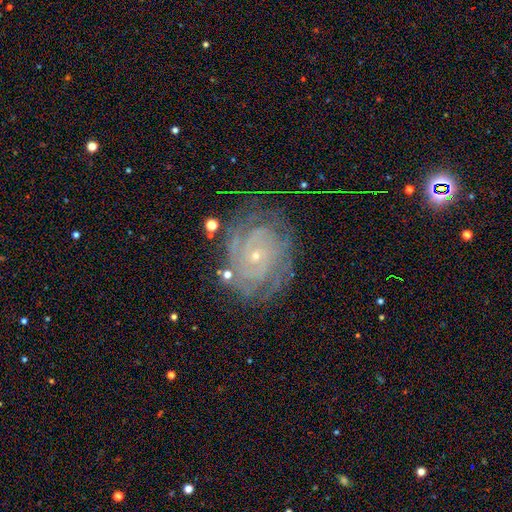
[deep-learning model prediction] A featured or disk galaxy (84%) with no bar (78%), tight (80%) spiral arms (97%) and a small central bulge (85%).

Vote fractions:
- Smooth or featured? featured or disk: 84% / star or artifact: 9% / smooth: 7%
- Edge-on disk? no: 97% / yes: 3%
- Bar? no: 78% / weak: 17% / strong: 5%
- Spiral arms? yes: 97% / no: 3%
- Spiral winding? tight: 80% / medium: 17% / loose: 3%
- Spiral arm count? can't tell: 27% / 4: 19% / 2: 16% / 3: 16% / more than 4: 14% / 1: 8%
- Bulge size? small: 85% / moderate: 11% / none: 2% / large: 1% / dominant: 1%
- Merging? none: 75% / minor disturbance: 17% / major disturbance: 7% / merger: 2%